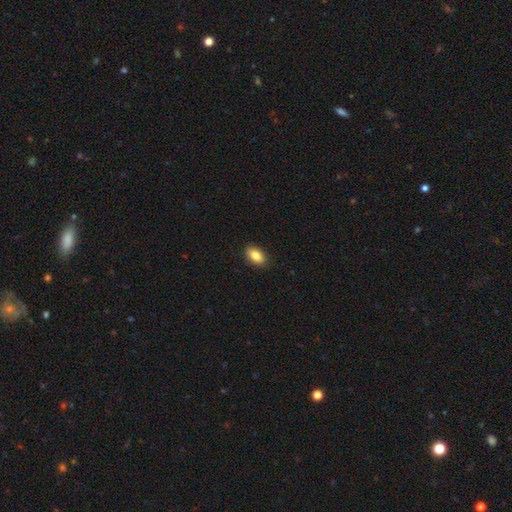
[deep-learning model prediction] This appears to be a smooth galaxy with no disk features (83%) that is in between round and cigar-shaped (90%). Merging: none (89%).